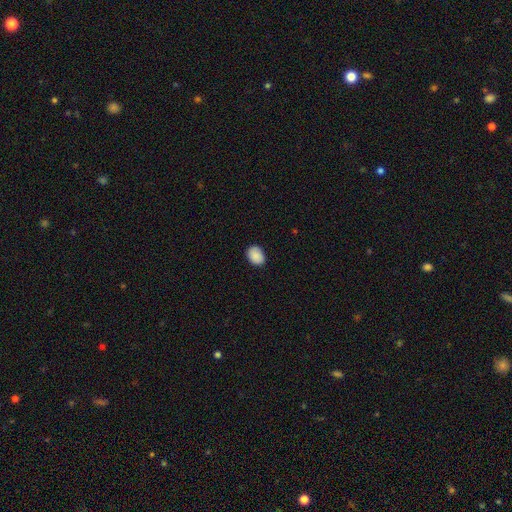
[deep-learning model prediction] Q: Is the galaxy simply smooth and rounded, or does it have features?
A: smooth — 89%.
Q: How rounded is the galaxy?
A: in between — 69%.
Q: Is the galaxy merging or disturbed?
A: none — 83%.